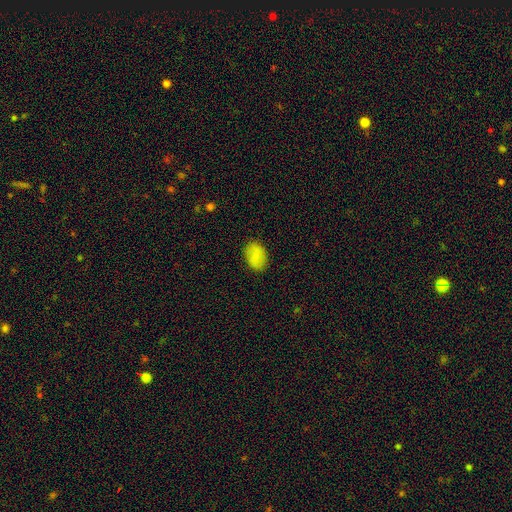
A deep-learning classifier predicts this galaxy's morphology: A smooth galaxy with no disk features (79%) that is in between round and cigar-shaped (83%).

Vote fractions:
- Smooth or featured? smooth: 79% / featured or disk: 13% / star or artifact: 8%
- How rounded? in between: 83% / round: 15% / cigar-shaped: 1%
- Merging? none: 86% / minor disturbance: 11% / major disturbance: 3% / merger: 1%